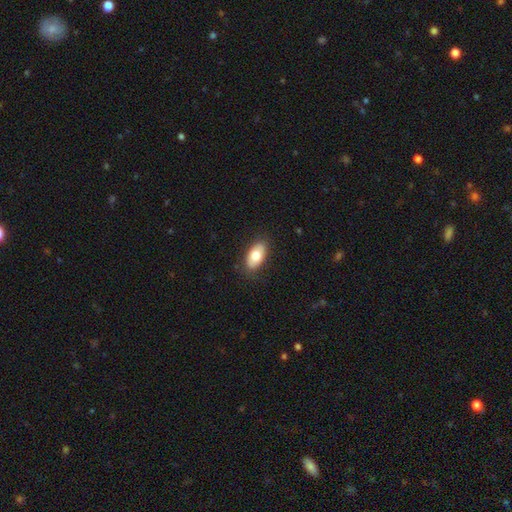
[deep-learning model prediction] Overall: smooth (75%). How rounded: in between (93%). Merging: none (86%).